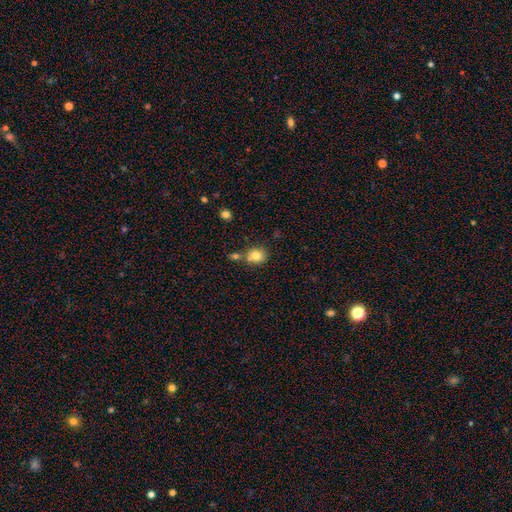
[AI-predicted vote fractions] smooth-or-featured: smooth: 80% | star or artifact: 11% | featured or disk: 9%
  how-rounded: round: 81% | in between: 18% | cigar-shaped: 1%
  merging: none: 59% | merger: 27% | minor disturbance: 11% | major disturbance: 3%